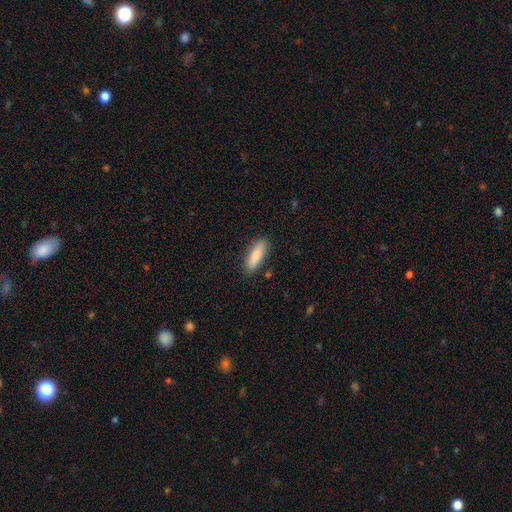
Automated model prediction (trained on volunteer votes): Smooth or featured? smooth (87%)
How rounded? cigar-shaped (50%)
Merging? none (86%)